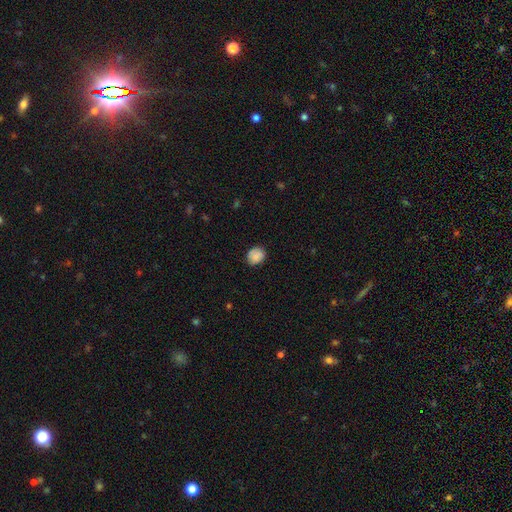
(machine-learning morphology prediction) Q: Smooth or featured?
A: smooth (78%); runner-up: featured or disk (14%)
Q: How rounded?
A: round (68%); runner-up: in between (31%)
Q: Merging?
A: none (76%); runner-up: minor disturbance (19%)